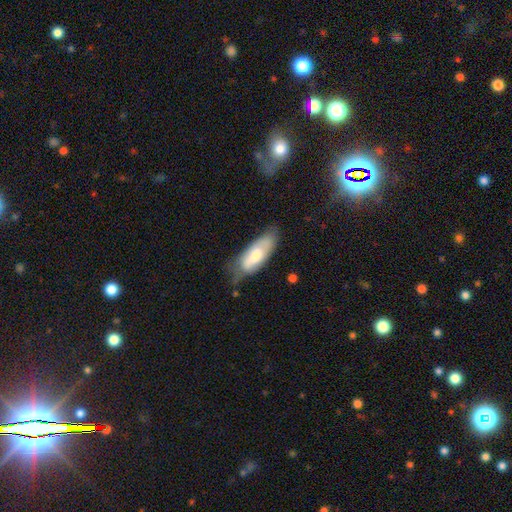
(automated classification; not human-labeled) smooth_or_featured: smooth (p=0.56) [alt: featured or disk p=0.37]
how_rounded: in between (p=0.72) [alt: cigar-shaped p=0.26]
merging: none (p=0.55) [alt: minor disturbance p=0.32]